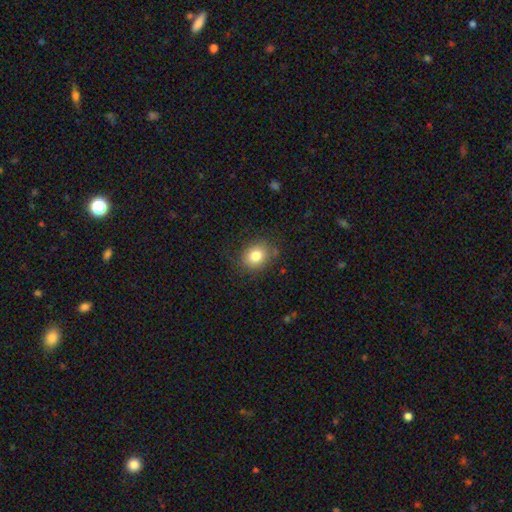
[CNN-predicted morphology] Q: Smooth or featured?
A: smooth (81%); runner-up: star or artifact (10%)
Q: How rounded?
A: round (57%); runner-up: in between (42%)
Q: Merging?
A: none (79%); runner-up: minor disturbance (14%)